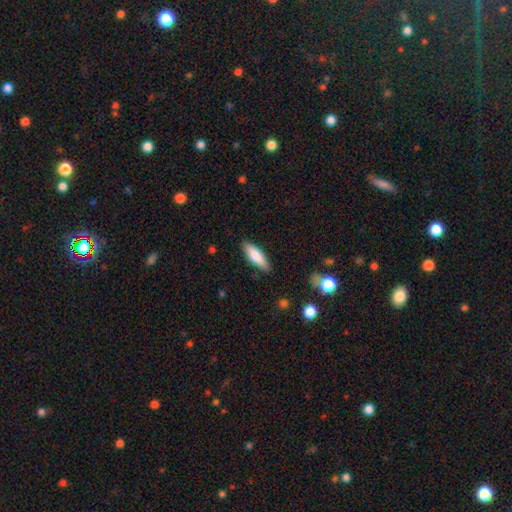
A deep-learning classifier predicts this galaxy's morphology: This is likely a smooth galaxy (78%). How rounded: possibly cigar-shaped (51%). Merging: clearly none (87%).